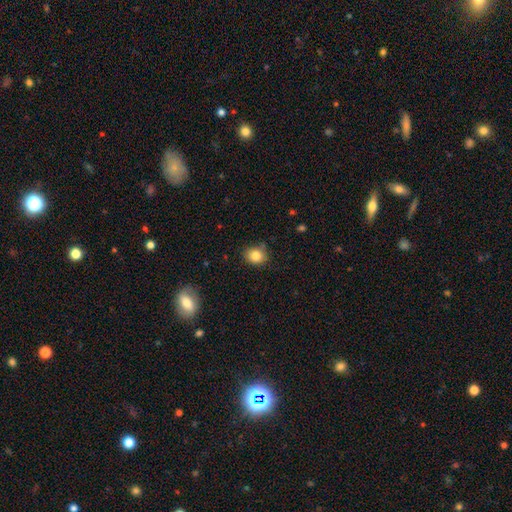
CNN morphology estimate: Overall: smooth (84%). How rounded: round (68%; in between 31%). Merging: none (79%).